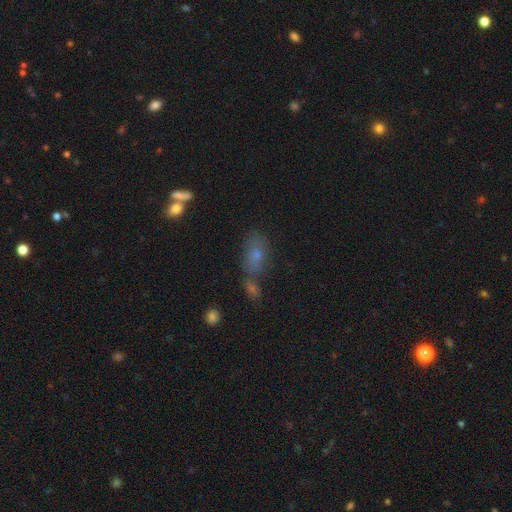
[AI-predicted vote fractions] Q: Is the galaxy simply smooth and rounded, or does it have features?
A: smooth — 63%.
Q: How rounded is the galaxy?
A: in between — 83%.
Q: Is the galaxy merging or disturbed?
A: none — 49%.